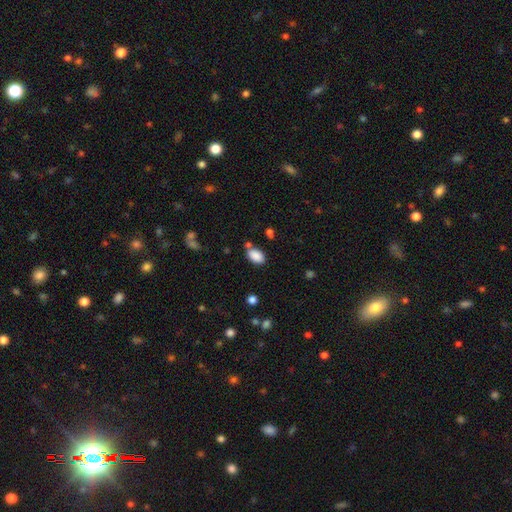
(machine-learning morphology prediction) type=smooth (88%); roundness=in between (91%); merging=none (72%).